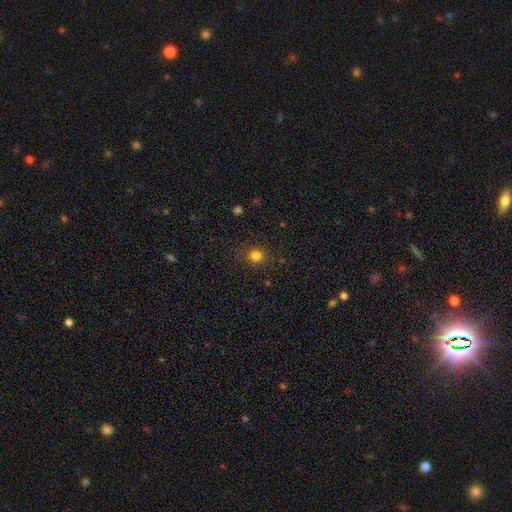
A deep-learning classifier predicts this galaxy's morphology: A smooth galaxy with no disk features (80%) that is round (88%).

Vote fractions:
- Smooth or featured? smooth: 80% / star or artifact: 15% / featured or disk: 5%
- How rounded? round: 88% / in between: 11% / cigar-shaped: 1%
- Merging? none: 88% / minor disturbance: 8% / major disturbance: 3% / merger: 1%